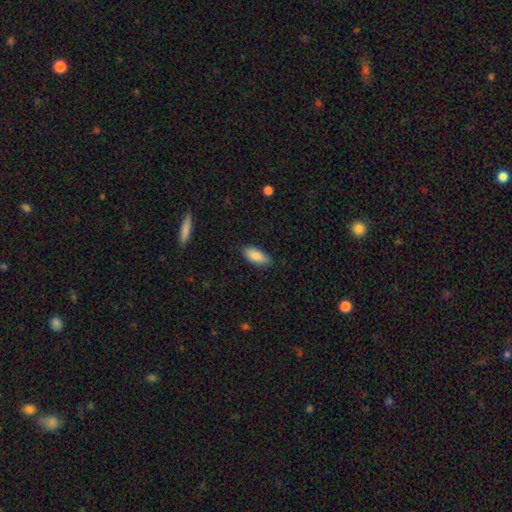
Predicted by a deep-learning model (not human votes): Smooth or featured?
  - smooth: 88% *
  - star or artifact: 6%
  - featured or disk: 6%
How rounded?
  - in between: 86% *
  - cigar-shaped: 12%
  - round: 2%
Merging?
  - none: 85% *
  - minor disturbance: 12%
  - major disturbance: 2%
  - merger: 1%